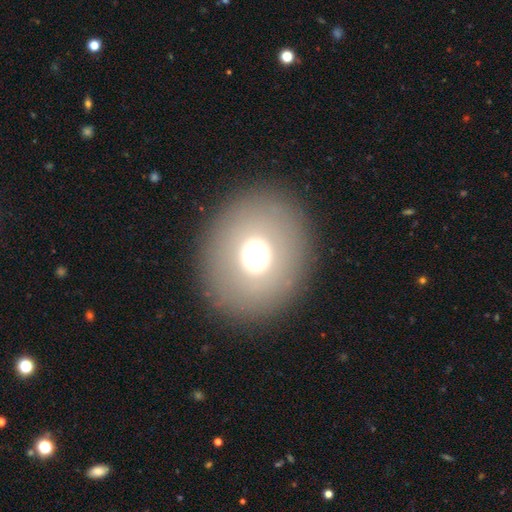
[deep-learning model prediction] Smooth or featured? Predicted: smooth (p=0.61). How rounded? Predicted: round (p=0.68). Merging? Predicted: none (p=0.87).